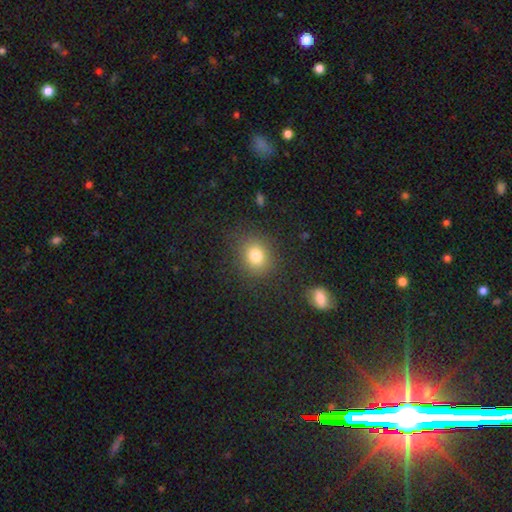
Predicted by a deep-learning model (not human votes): This appears to be a smooth galaxy with no disk features (79%) that is round (69%). Merging: none (85%).